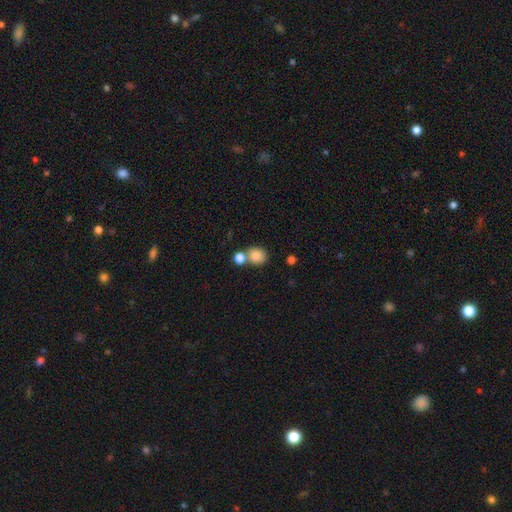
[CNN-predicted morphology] Smooth or featured: smooth — 85% (star or artifact — 9%)
How rounded: round — 78% (in between — 21%)
Merging: none — 54% (merger — 34%)